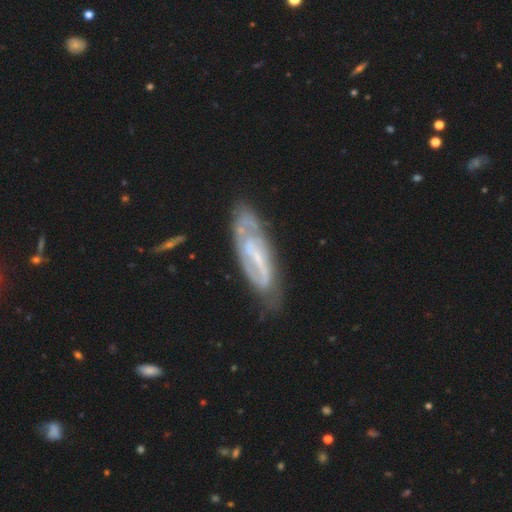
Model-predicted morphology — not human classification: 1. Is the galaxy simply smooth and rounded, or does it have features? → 76% featured or disk, 18% smooth, 6% star or artifact.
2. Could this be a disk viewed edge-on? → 82% no, 18% yes.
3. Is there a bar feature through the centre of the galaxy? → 38% weak, 31% strong, 31% no.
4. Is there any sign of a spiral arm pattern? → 77% yes, 23% no.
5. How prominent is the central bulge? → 50% small, 29% none, 18% moderate, 2% large, 1% dominant.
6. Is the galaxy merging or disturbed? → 62% none, 23% minor disturbance, 11% major disturbance, 4% merger.